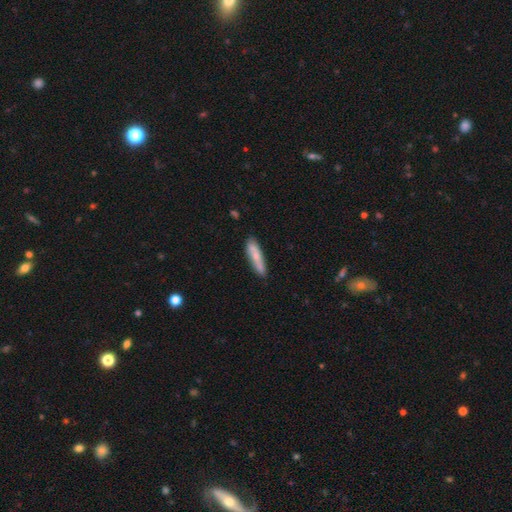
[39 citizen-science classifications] Smooth or featured? 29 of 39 (74%) said smooth. How rounded? 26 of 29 (90%) said cigar-shaped. Merging? 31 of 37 (84%) said none.